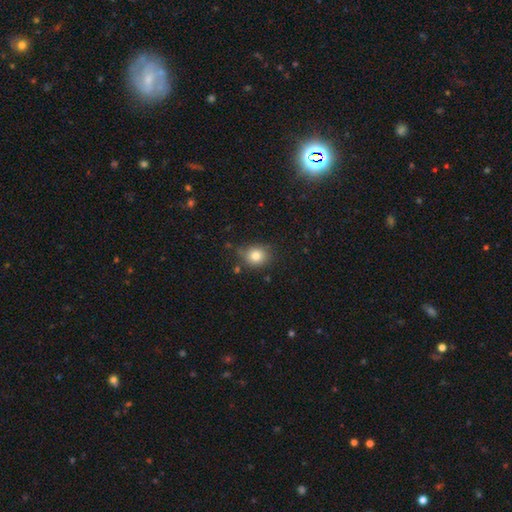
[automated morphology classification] This appears to be a smooth galaxy with no disk features (82%) that is round (73%). Merging: none (75%).